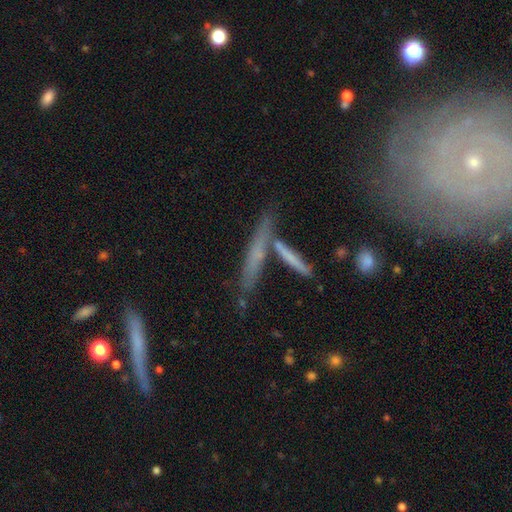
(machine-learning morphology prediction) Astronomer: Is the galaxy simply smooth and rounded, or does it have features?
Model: smooth — 53% (runner-up: featured or disk, 38%).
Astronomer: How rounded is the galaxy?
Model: cigar-shaped — 91%.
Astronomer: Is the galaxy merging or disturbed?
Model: none — 67%.